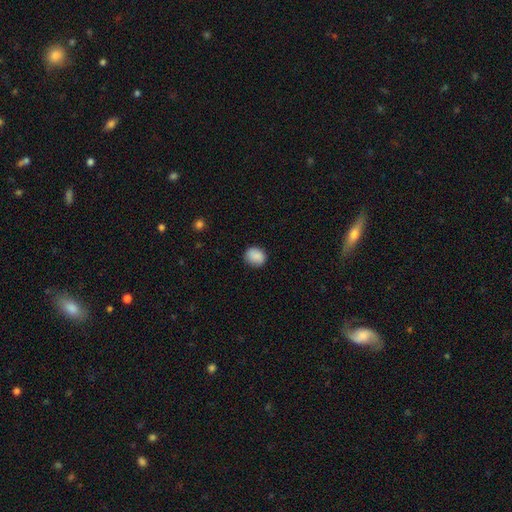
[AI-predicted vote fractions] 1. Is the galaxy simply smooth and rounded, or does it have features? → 87% smooth, 8% star or artifact, 5% featured or disk.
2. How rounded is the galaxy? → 71% round, 29% in between, 1% cigar-shaped.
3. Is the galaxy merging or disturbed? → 82% none, 14% minor disturbance, 3% major disturbance, 1% merger.